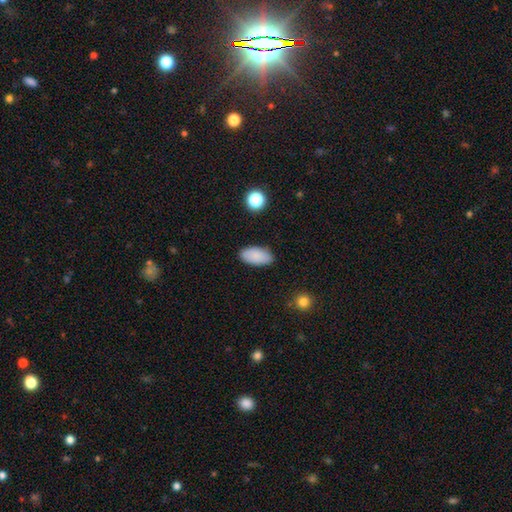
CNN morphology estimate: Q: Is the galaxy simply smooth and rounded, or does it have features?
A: smooth — 88%.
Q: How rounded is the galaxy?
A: in between — 94%.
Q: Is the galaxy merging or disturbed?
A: none — 86%.